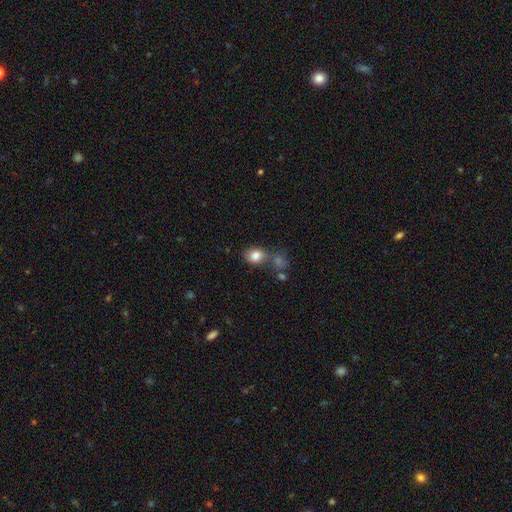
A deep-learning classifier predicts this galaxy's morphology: This appears to be a smooth galaxy with no disk features (82%) that is in between round and cigar-shaped (54%). Merging: none (55%).